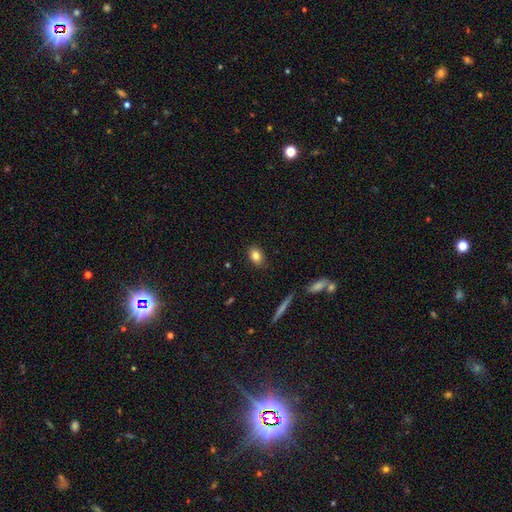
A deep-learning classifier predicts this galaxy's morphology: This is clearly a smooth galaxy (82%). How rounded: likely in between (73%). Merging: clearly none (88%).